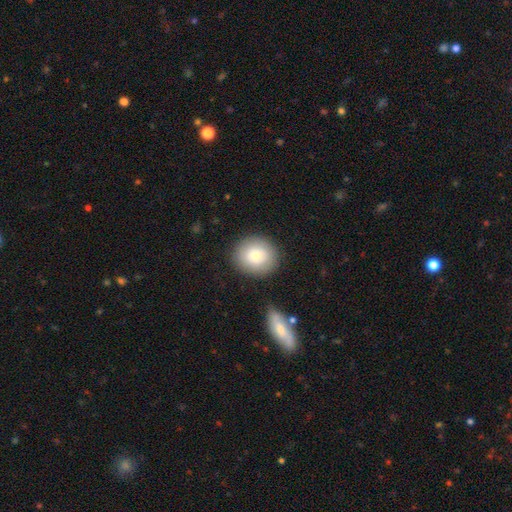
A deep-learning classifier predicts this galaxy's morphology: Smooth or featured? Predicted: smooth (p=0.79). How rounded? Predicted: round (p=0.83). Merging? Predicted: none (p=0.84).